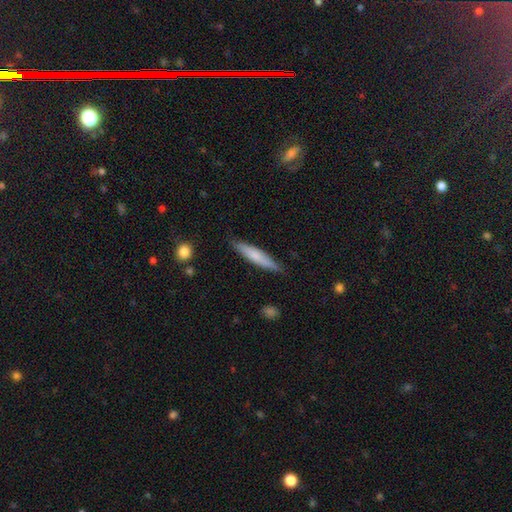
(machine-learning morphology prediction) smooth 67%, featured or disk 27%, star or artifact 6%. Down the decision tree: how rounded — cigar-shaped (89%); merging — none (86%).